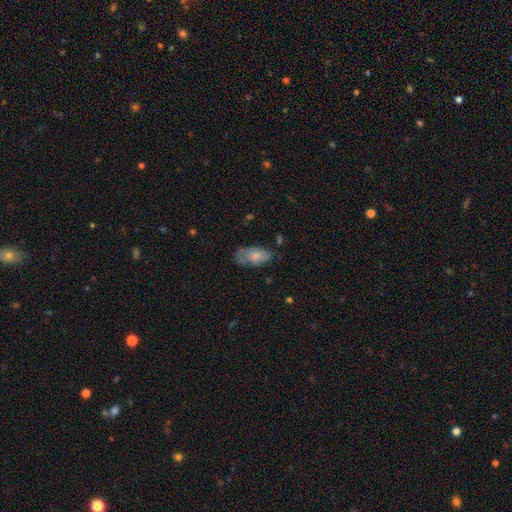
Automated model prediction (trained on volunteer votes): Smooth or featured? smooth (71%)
How rounded? in between (91%)
Merging? none (49%)